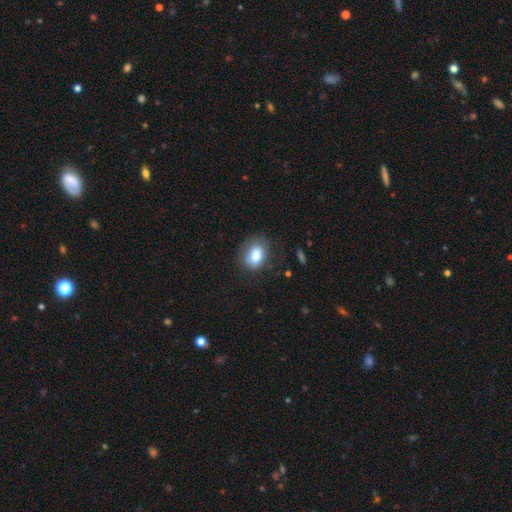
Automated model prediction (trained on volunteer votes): This appears to be a smooth galaxy with no disk features (80%) that is in between round and cigar-shaped (62%). Merging: none (75%).